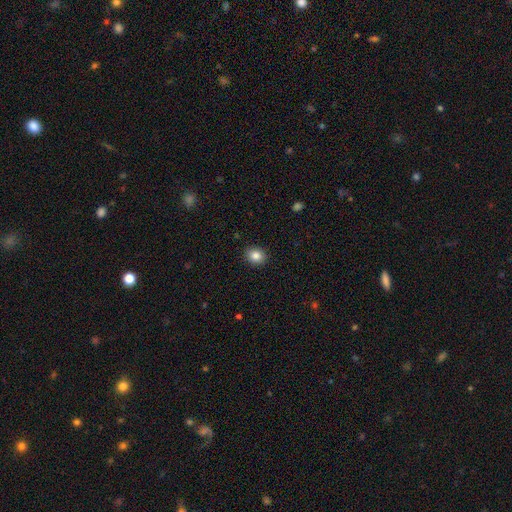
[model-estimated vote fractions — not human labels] Morphology: type=smooth (85%); roundness=round (60%); merging=none (90%).